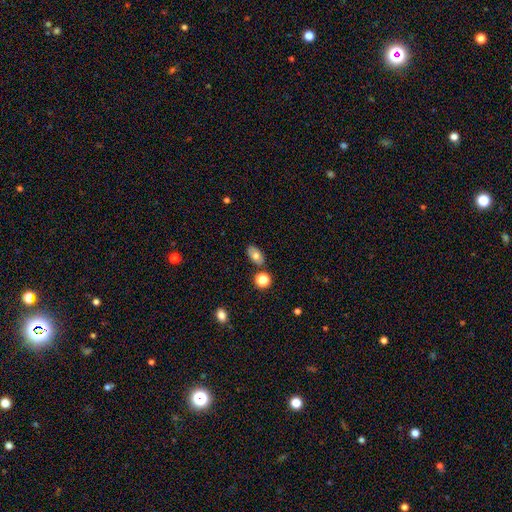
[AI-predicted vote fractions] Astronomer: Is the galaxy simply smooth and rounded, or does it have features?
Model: smooth — 69%.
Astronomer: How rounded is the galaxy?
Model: in between — 88%.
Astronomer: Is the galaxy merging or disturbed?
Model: none — 79%.